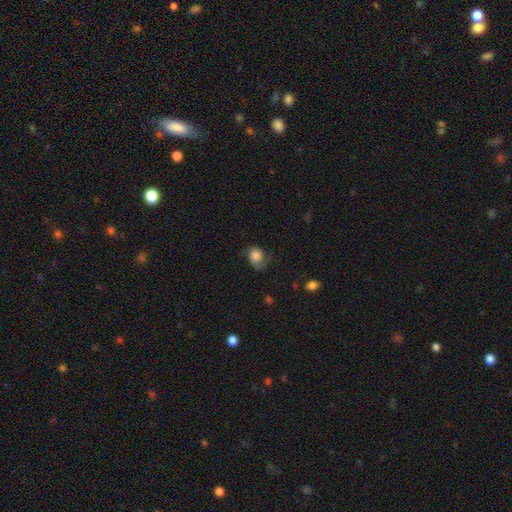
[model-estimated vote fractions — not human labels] Smooth or featured?
  - smooth: 73% *
  - featured or disk: 18%
  - star or artifact: 9%
How rounded?
  - round: 55% *
  - in between: 44%
  - cigar-shaped: 1%
Merging?
  - none: 45% *
  - minor disturbance: 32%
  - major disturbance: 21%
  - merger: 2%